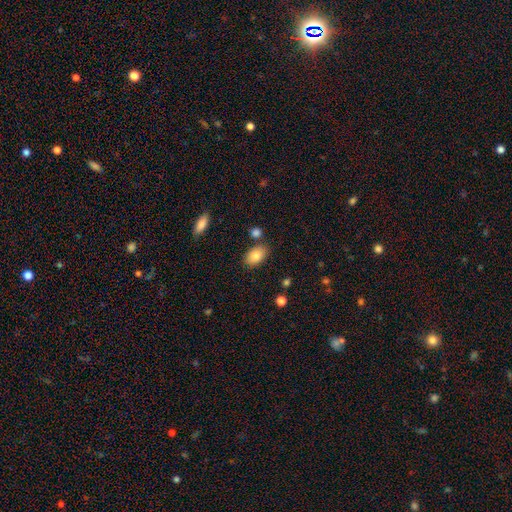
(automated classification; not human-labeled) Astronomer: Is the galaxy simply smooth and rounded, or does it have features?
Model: smooth — 82%.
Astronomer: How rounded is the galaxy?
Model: in between — 90%.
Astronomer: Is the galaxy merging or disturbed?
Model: none — 80%.